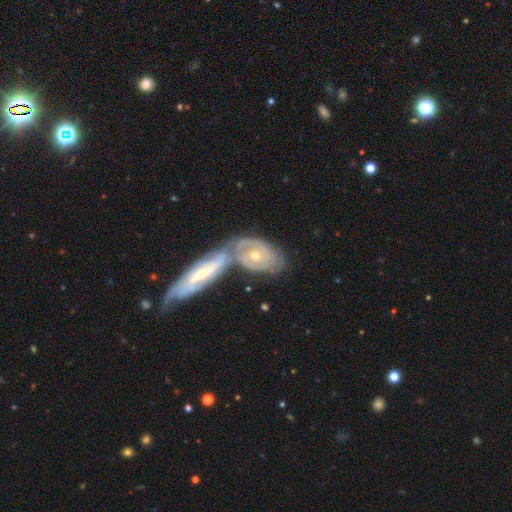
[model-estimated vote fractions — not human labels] This is likely a featured or disk galaxy (80%). It is clearly not viewed edge-on (89%). Bar: likely no (66%). Spiral arm pattern: clearly yes (88%). Spiral arm count: possibly 2 (49%). Spiral winding: likely tight (66%). Central bulge: possibly moderate (50%). Merging: possibly merger (52%).